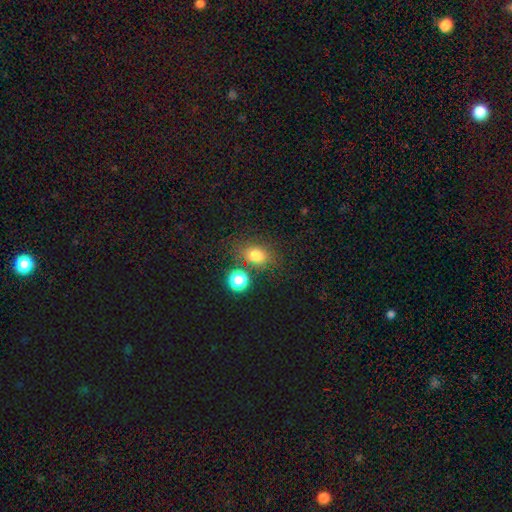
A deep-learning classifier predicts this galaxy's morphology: Smooth or featured? Predicted: smooth (p=0.74). How rounded? Predicted: in between (p=0.53). Merging? Predicted: none (p=0.74).